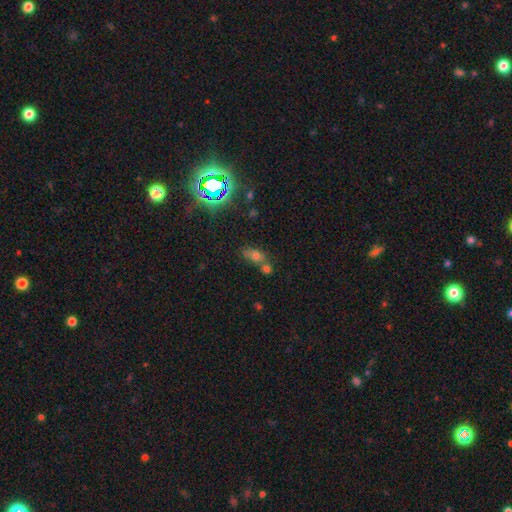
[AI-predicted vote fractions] smooth_or_featured: smooth (p=0.50) [alt: star or artifact p=0.36]
merging: none (p=0.42) [alt: merger p=0.41]